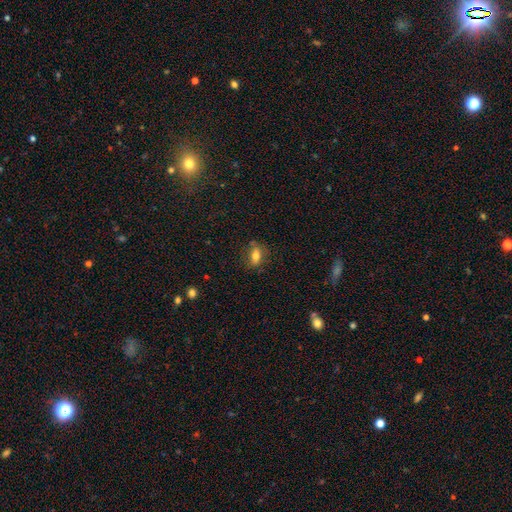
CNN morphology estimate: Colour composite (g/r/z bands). It shows a smooth galaxy with no disk features (73%) that is in between round and cigar-shaped (78%). Merging: none (73%).